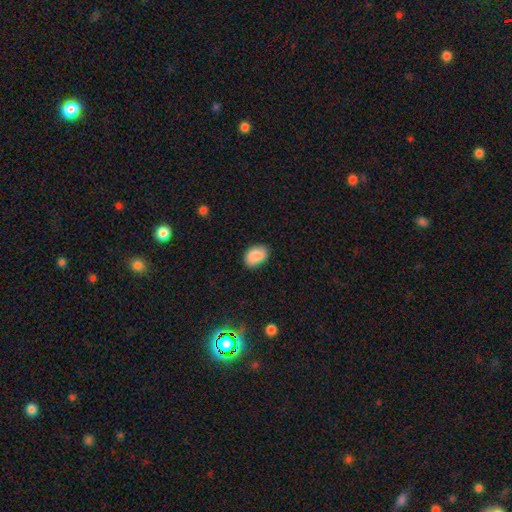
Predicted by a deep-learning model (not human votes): Smooth or featured? Predicted: smooth (p=0.85). How rounded? Predicted: in between (p=0.80). Merging? Predicted: none (p=0.77).